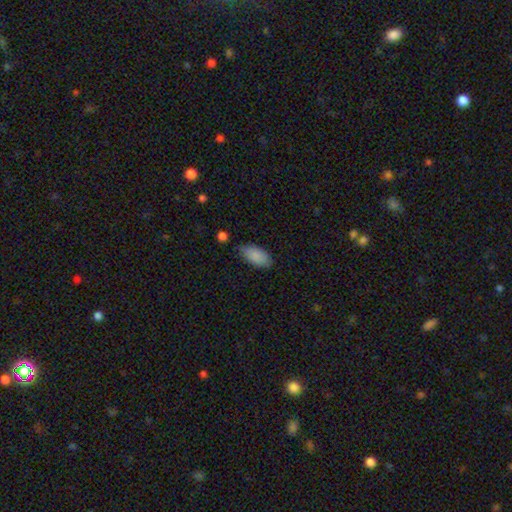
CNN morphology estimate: Smooth or featured: smooth — 88% (star or artifact — 7%)
How rounded: in between — 93% (cigar-shaped — 5%)
Merging: none — 75% (minor disturbance — 19%)